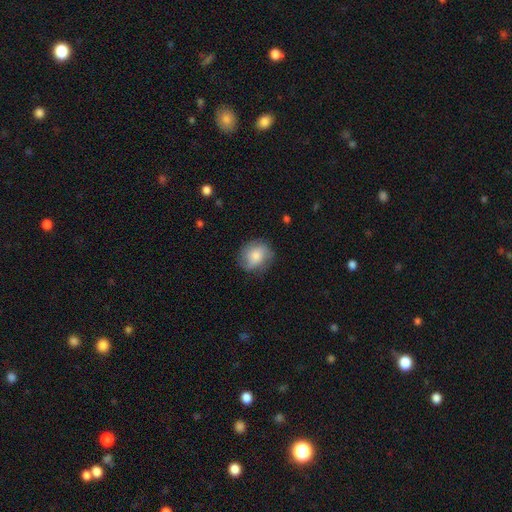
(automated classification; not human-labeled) Smooth or featured? Predicted: smooth (p=0.70). How rounded? Predicted: round (p=0.71). Merging? Predicted: none (p=0.72).